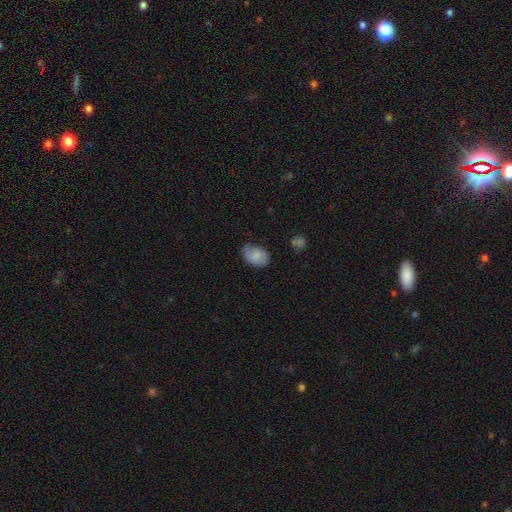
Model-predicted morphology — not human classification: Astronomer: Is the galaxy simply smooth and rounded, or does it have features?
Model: smooth — 64%.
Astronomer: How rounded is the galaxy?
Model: in between — 80%.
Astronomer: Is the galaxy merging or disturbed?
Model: none — 67%.